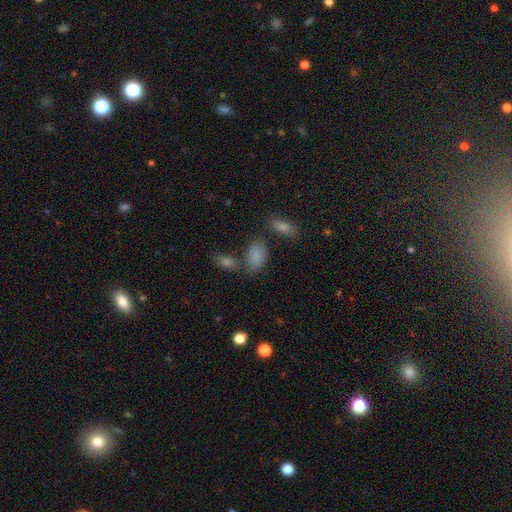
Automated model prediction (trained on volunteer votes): Overall: smooth (84%). How rounded: in between (90%). Merging: none (60%).